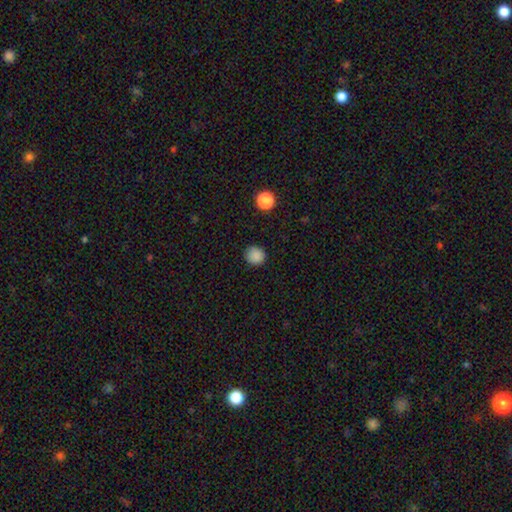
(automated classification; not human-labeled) Smooth or featured: smooth — 86% (star or artifact — 12%)
How rounded: round — 92% (in between — 7%)
Merging: none — 89% (minor disturbance — 7%)